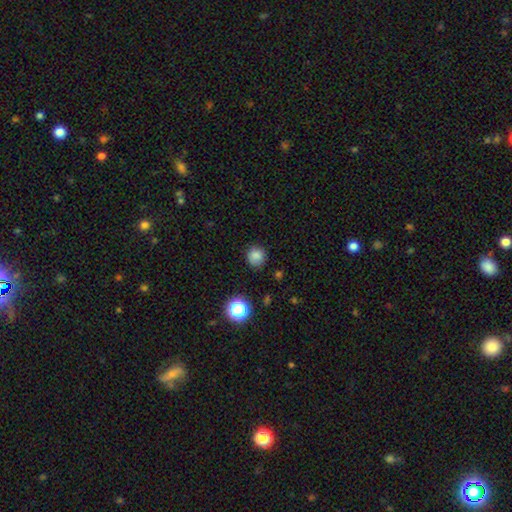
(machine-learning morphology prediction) smooth_or_featured: smooth (p=0.82) [alt: star or artifact p=0.13]
how_rounded: round (p=0.90) [alt: in between p=0.09]
merging: none (p=0.84) [alt: minor disturbance p=0.11]